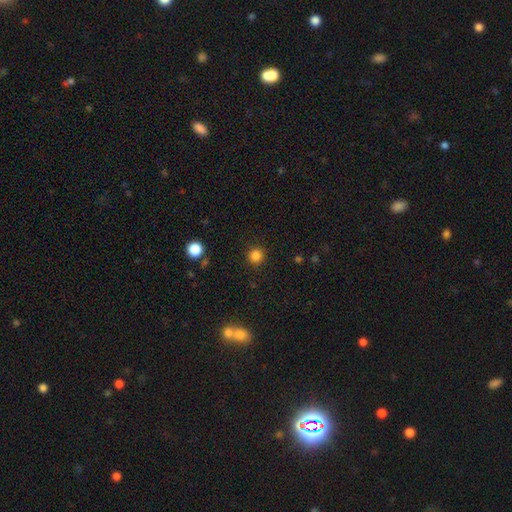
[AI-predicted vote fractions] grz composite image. It shows a smooth galaxy with no disk features (83%) that is round (94%). Merging: none (91%).